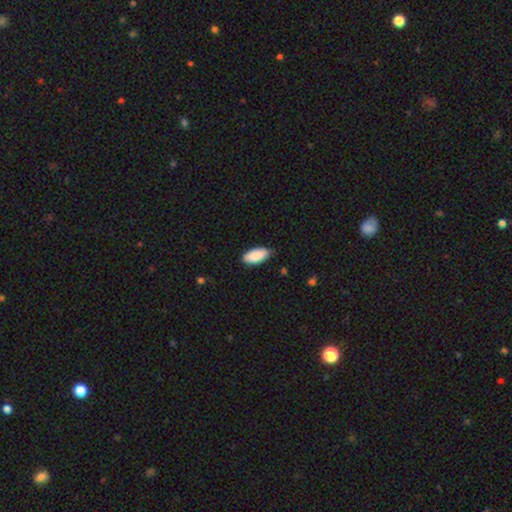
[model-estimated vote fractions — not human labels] The model was most divided on "merging": none: 80%, minor disturbance: 16%, major disturbance: 2%, merger: 1%. More confident: how rounded — in between (92%); smooth or featured — smooth (90%).